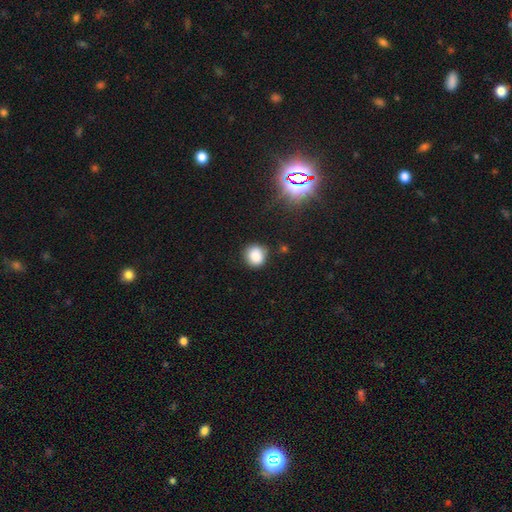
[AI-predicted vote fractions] Smooth or featured? smooth (84%)
How rounded? round (84%)
Merging? none (80%)